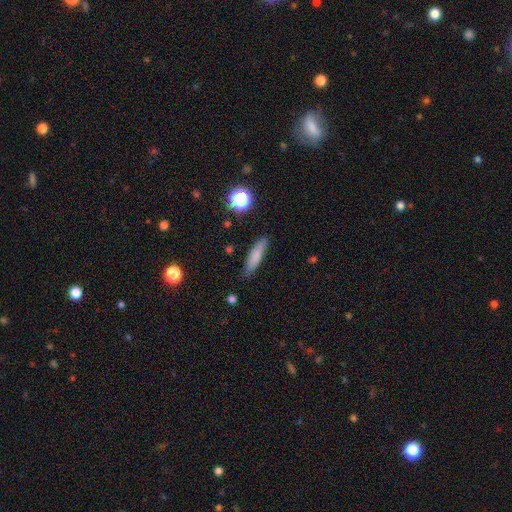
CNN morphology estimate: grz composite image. It shows a smooth galaxy with no disk features (76%) that is cigar-shaped (74%). Merging: none (84%).